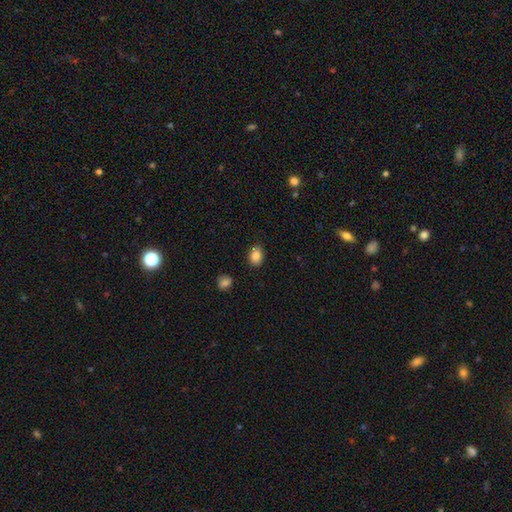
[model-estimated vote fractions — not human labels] Overall: smooth (86%). How rounded: in between (69%; round 30%). Merging: none (84%).